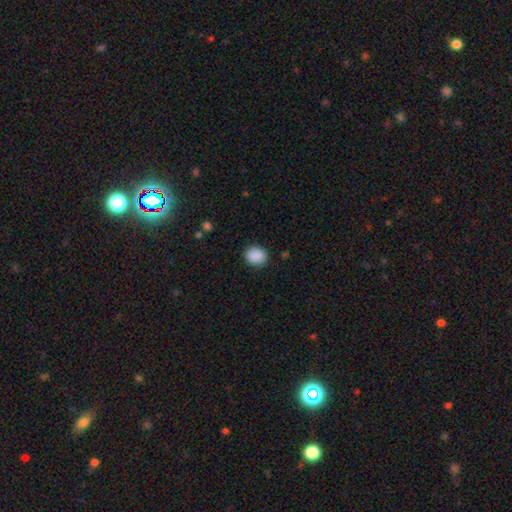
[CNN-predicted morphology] This is clearly a smooth galaxy (89%). How rounded: likely round (67%). Merging: clearly none (89%).